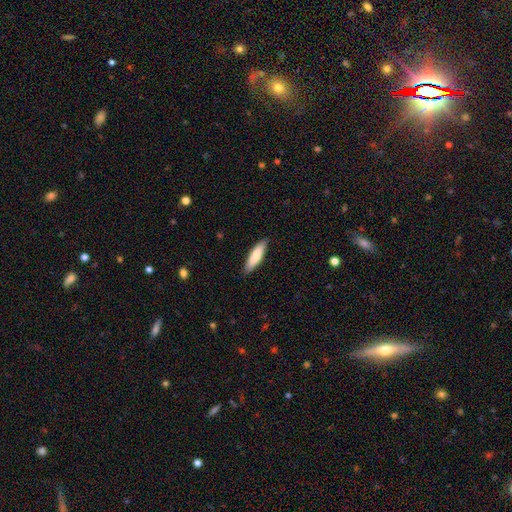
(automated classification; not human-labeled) A smooth galaxy with no disk features (78%) that is cigar-shaped (66%).

Vote fractions:
- Smooth or featured? smooth: 78% / featured or disk: 16% / star or artifact: 5%
- How rounded? cigar-shaped: 66% / in between: 32% / round: 1%
- Merging? none: 88% / minor disturbance: 9% / major disturbance: 2% / merger: 1%